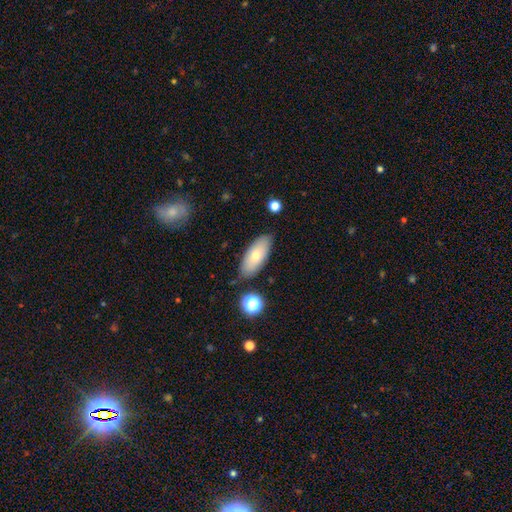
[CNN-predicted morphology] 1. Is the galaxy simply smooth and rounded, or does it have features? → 71% smooth, 22% featured or disk, 7% star or artifact.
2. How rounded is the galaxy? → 82% in between, 15% cigar-shaped, 3% round.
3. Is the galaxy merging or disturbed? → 81% none, 13% minor disturbance, 3% merger, 3% major disturbance.